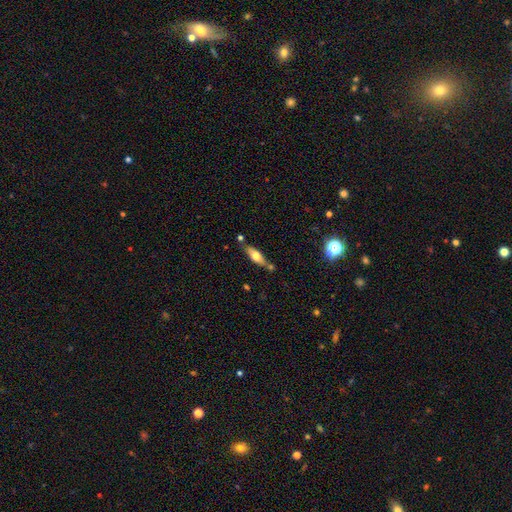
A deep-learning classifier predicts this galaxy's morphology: type=smooth (56%); roundness=in between (53%); merging=none (64%).